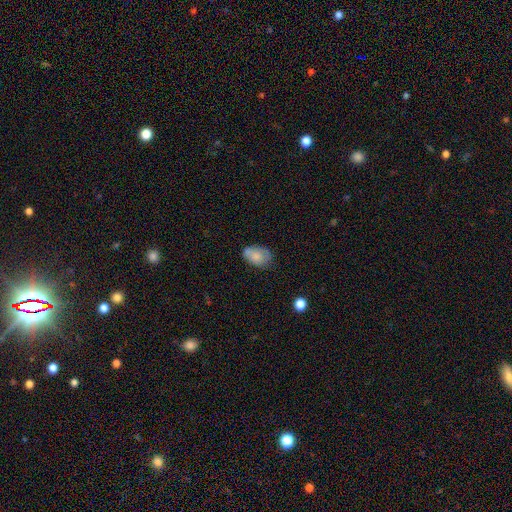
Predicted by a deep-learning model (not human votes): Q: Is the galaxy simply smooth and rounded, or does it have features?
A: smooth — 72%.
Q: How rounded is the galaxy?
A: in between — 85%.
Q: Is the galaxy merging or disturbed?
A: none — 54%.